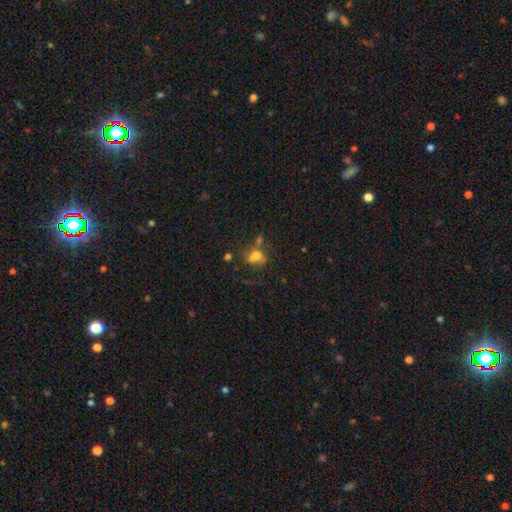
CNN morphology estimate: Smooth or featured: smooth — 51% (featured or disk — 26%)
How rounded: in between — 52% (round — 46%)
Merging: merger — 38% (none — 33%)